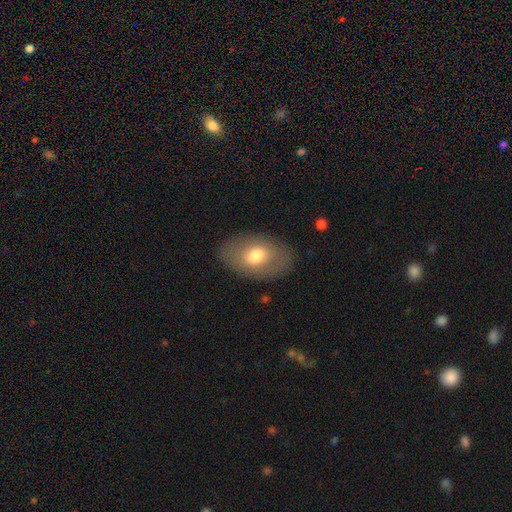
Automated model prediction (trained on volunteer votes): Smooth or featured: smooth — 68% (featured or disk — 26%)
How rounded: in between — 87% (round — 12%)
Merging: none — 84% (minor disturbance — 11%)